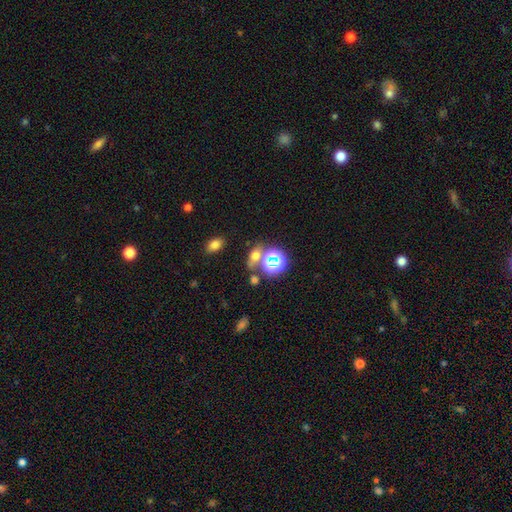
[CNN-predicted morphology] smooth_or_featured: smooth (p=0.53) [alt: star or artifact p=0.33]
how_rounded: in between (p=0.57) [alt: round p=0.37]
merging: none (p=0.60) [alt: merger p=0.23]